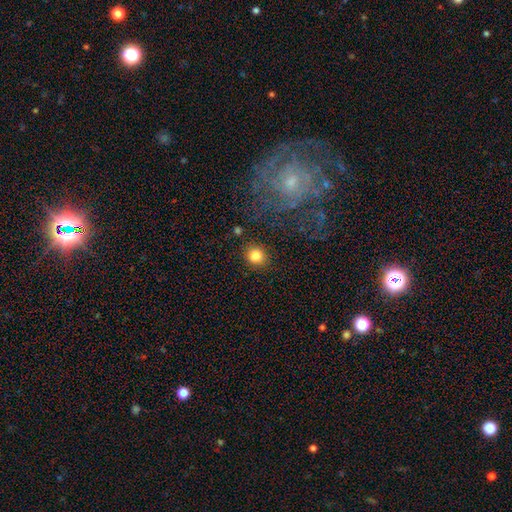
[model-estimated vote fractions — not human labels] The model was most divided on "how rounded": round: 85%, in between: 14%, cigar-shaped: 1%. More confident: merging — none (85%); smooth or featured — smooth (84%).